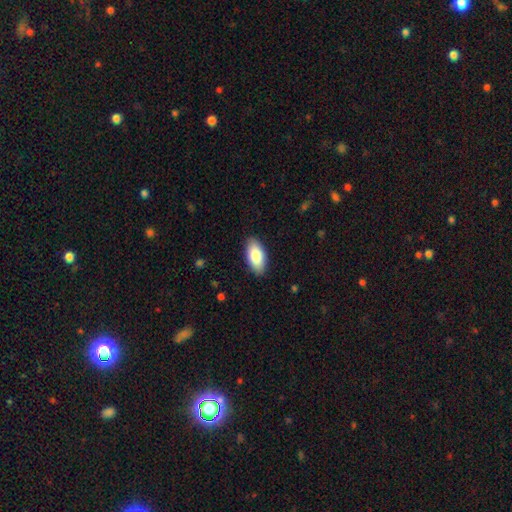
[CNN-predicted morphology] Smooth or featured?
  - smooth: 85% *
  - featured or disk: 10%
  - star or artifact: 6%
How rounded?
  - in between: 94% *
  - cigar-shaped: 4%
  - round: 2%
Merging?
  - none: 88% *
  - minor disturbance: 9%
  - major disturbance: 2%
  - merger: 1%